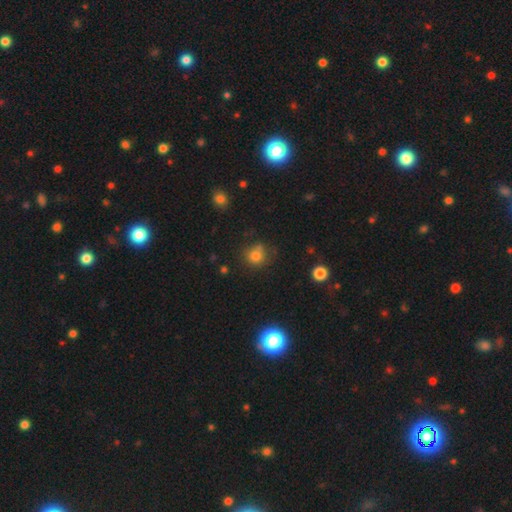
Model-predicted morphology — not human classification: smooth 77%, star or artifact 16%, featured or disk 8%. Down the decision tree: how rounded — round (87%); merging — none (67%).